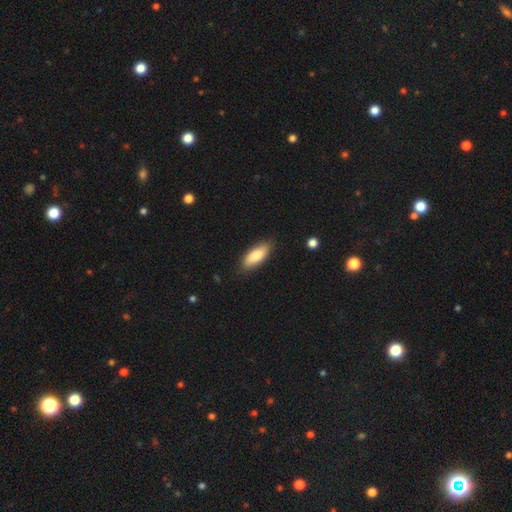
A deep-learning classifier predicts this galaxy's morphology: Smooth or featured? Predicted: smooth (p=0.80). How rounded? Predicted: in between (p=0.74). Merging? Predicted: none (p=0.85).